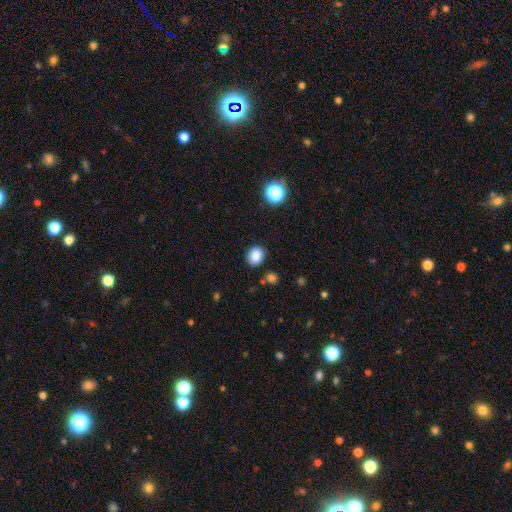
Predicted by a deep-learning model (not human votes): Morphology: type=smooth (86%); roundness=round (55%); merging=none (86%).